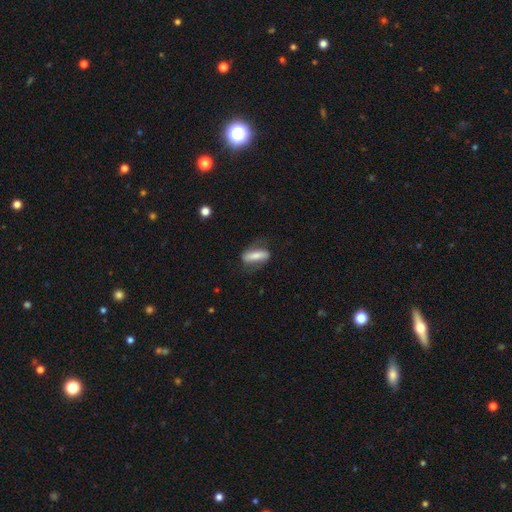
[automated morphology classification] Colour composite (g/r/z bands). It shows a smooth galaxy with no disk features (50%). Merging: none (68%).